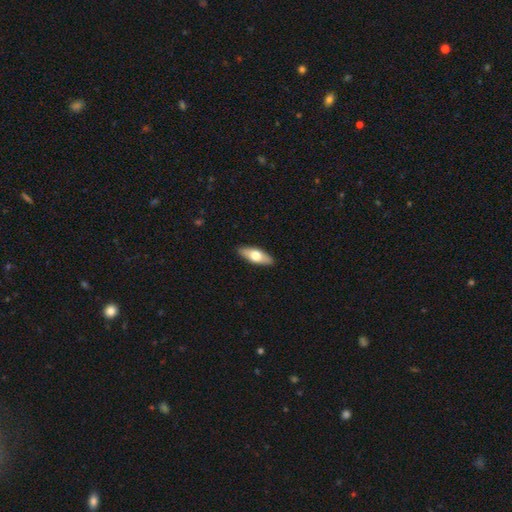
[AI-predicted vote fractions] smooth-or-featured: smooth: 60% | featured or disk: 35% | star or artifact: 5%
  how-rounded: in between: 66% | cigar-shaped: 31% | round: 3%
  merging: none: 90% | minor disturbance: 7% | major disturbance: 2% | merger: 1%